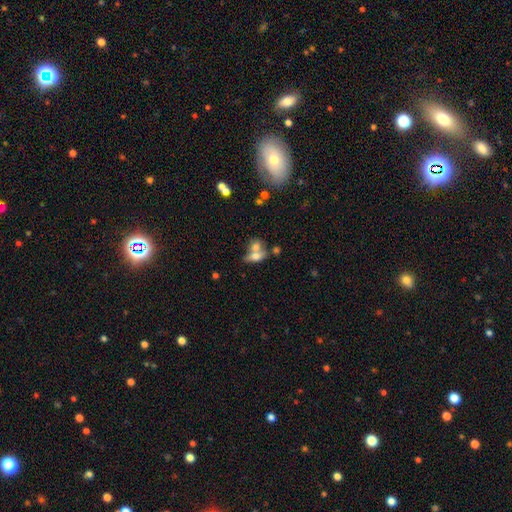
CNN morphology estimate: A smooth galaxy with no disk features (64%) that is in between round and cigar-shaped (72%). Merging: merger (57%).